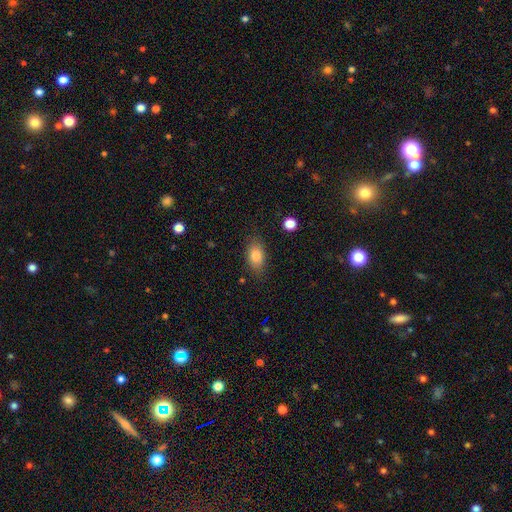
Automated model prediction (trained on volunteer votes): This appears to be a smooth galaxy with no disk features (83%) that is in between round and cigar-shaped (87%). Merging: none (82%).